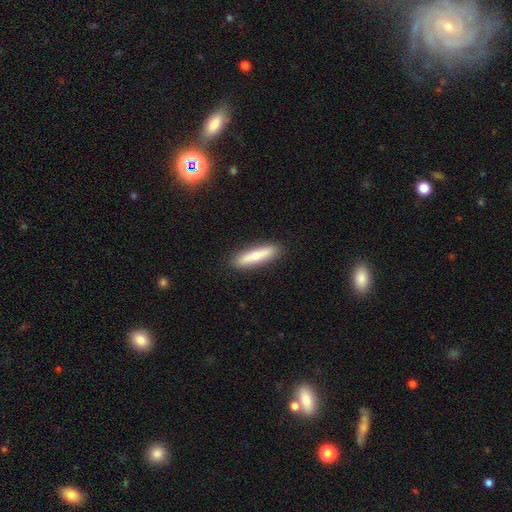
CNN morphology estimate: This appears to be a smooth galaxy with no disk features (64%) that is cigar-shaped (78%). Merging: none (89%).